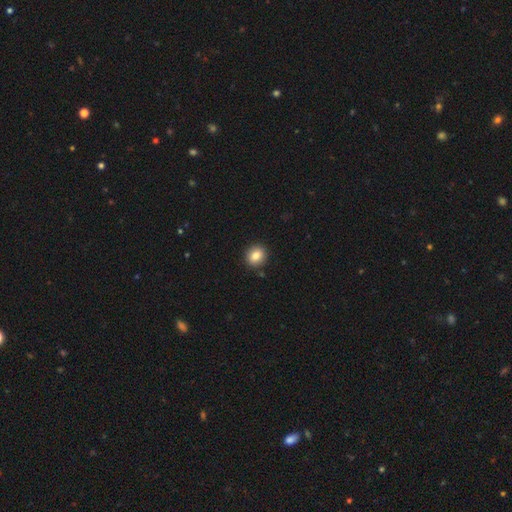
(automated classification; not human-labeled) Smooth or featured? smooth (83%)
How rounded? round (78%)
Merging? none (90%)